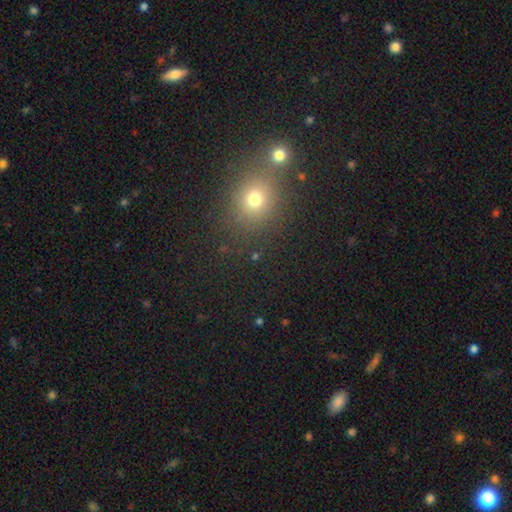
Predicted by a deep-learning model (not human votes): smooth 57%, star or artifact 34%, featured or disk 9%. Down the decision tree: how rounded — round (77%); merging — none (76%).